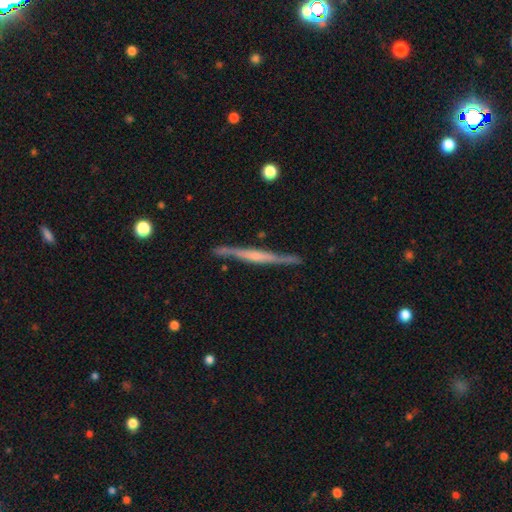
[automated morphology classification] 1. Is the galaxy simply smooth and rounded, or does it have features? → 73% featured or disk, 22% smooth, 5% star or artifact.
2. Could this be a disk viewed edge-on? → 97% yes, 3% no.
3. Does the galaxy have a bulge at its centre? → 35% none, 34% boxy, 31% rounded.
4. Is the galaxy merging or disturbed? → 83% none, 12% minor disturbance, 2% major disturbance, 2% merger.